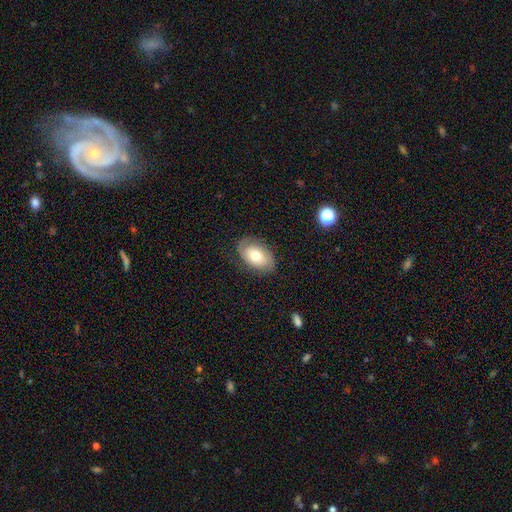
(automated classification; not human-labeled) Smooth or featured?
  - smooth: 53% *
  - featured or disk: 39%
  - star or artifact: 7%
How rounded?
  - in between: 89% *
  - round: 10%
  - cigar-shaped: 1%
Merging?
  - none: 79% *
  - minor disturbance: 15%
  - major disturbance: 5%
  - merger: 1%